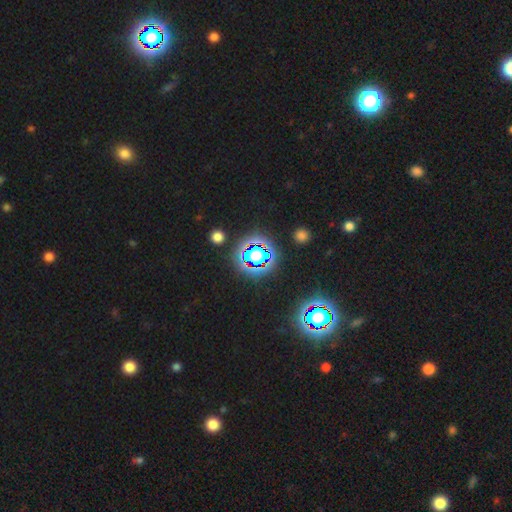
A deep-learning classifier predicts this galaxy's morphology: Smooth or featured? star or artifact (64%)